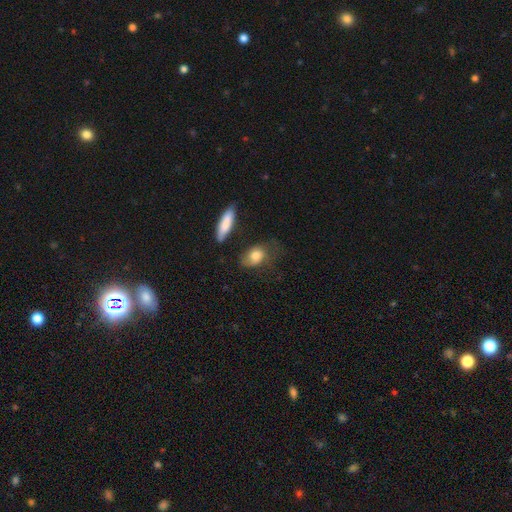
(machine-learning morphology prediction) A smooth galaxy with no disk features (76%) that is in between round and cigar-shaped (78%).

Vote fractions:
- Smooth or featured? smooth: 76% / featured or disk: 16% / star or artifact: 7%
- How rounded? in between: 78% / round: 17% / cigar-shaped: 6%
- Merging? none: 47% / minor disturbance: 28% / major disturbance: 19% / merger: 6%